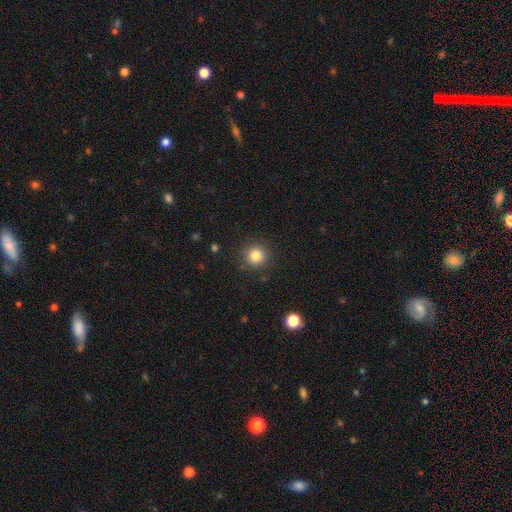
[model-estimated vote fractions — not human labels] smooth 83%, star or artifact 11%, featured or disk 5%. Down the decision tree: how rounded — round (94%); merging — none (90%).